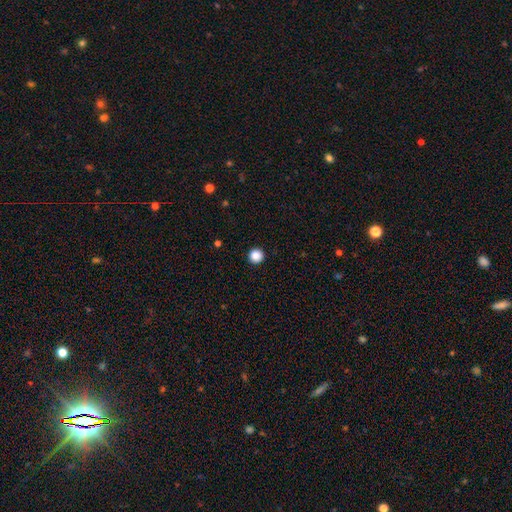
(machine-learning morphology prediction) A smooth galaxy with no disk features (87%) that is round (96%). Merging: none (94%).